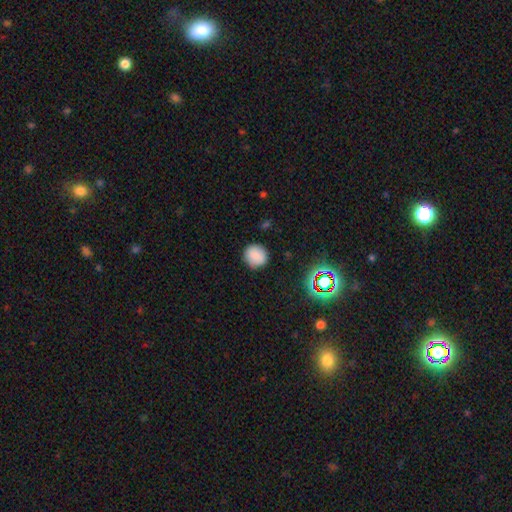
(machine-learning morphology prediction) Smooth or featured?
  - smooth: 84% *
  - star or artifact: 11%
  - featured or disk: 5%
How rounded?
  - round: 90% *
  - in between: 9%
  - cigar-shaped: 1%
Merging?
  - none: 87% *
  - minor disturbance: 9%
  - major disturbance: 2%
  - merger: 1%